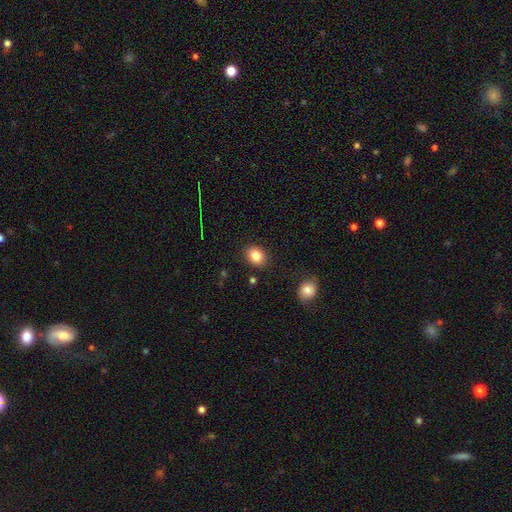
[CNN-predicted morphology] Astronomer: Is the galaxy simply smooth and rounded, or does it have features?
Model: smooth — 84%.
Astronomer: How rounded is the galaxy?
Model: in between — 53% (runner-up: round, 46%).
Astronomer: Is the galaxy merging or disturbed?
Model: none — 87%.